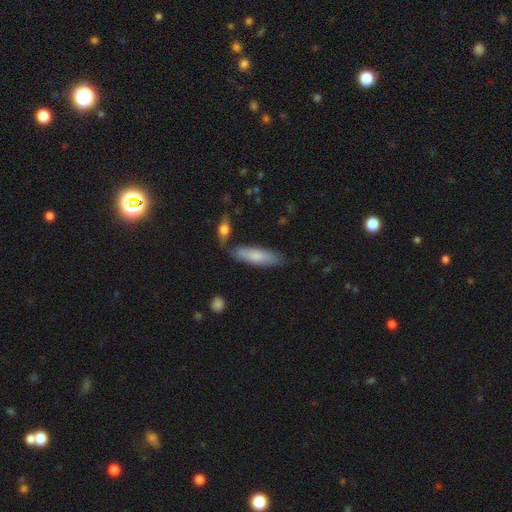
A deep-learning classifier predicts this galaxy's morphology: Q: Smooth or featured?
A: smooth (75%); runner-up: featured or disk (20%)
Q: How rounded?
A: cigar-shaped (57%); runner-up: in between (41%)
Q: Merging?
A: none (66%); runner-up: minor disturbance (18%)